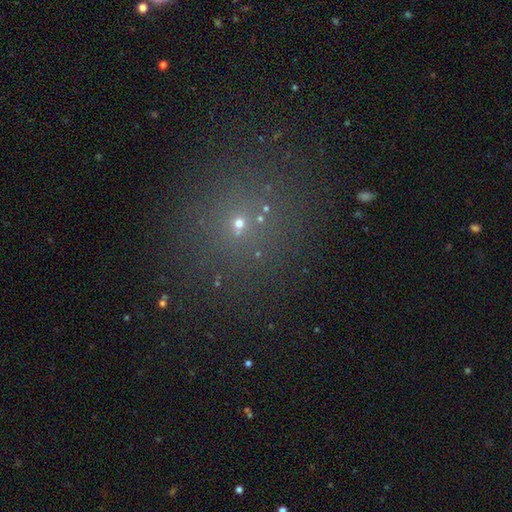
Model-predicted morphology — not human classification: Q: Smooth or featured?
A: star or artifact (45%); runner-up: smooth (44%)